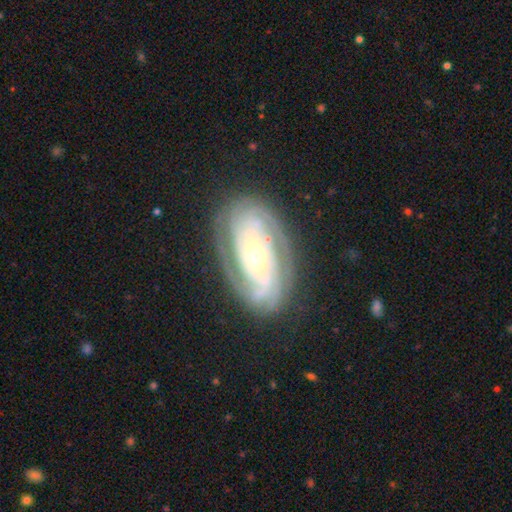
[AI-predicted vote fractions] This appears to be a featured or disk galaxy (87%) with no bar (64%), 2 (31%) tight (78%) spiral arms (95%) and a moderate central bulge (58%). Merging: none (79%).